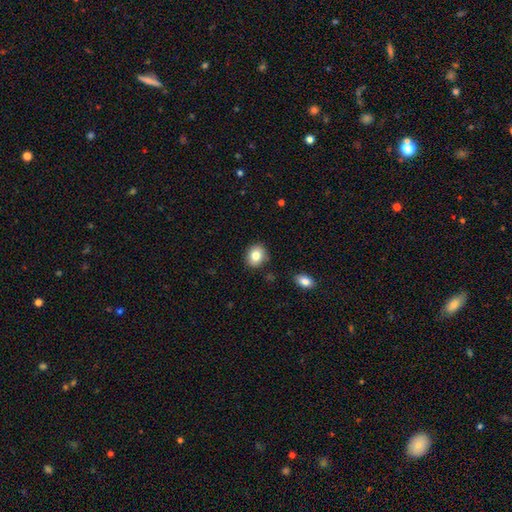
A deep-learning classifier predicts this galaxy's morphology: smooth_or_featured: smooth (p=0.82) [alt: featured or disk p=0.09]
how_rounded: round (p=0.63) [alt: in between p=0.36]
merging: none (p=0.86) [alt: minor disturbance p=0.10]